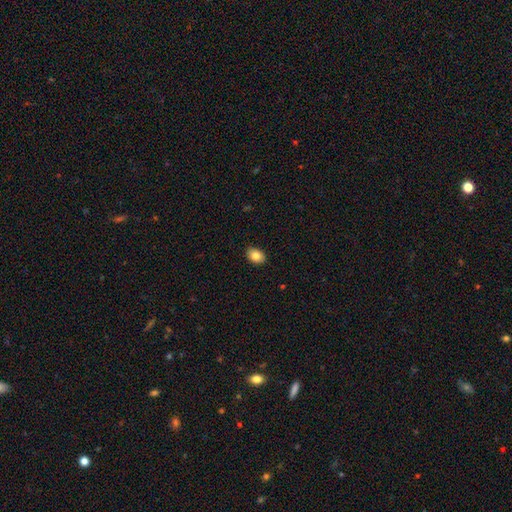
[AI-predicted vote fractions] smooth 84%, star or artifact 8%, featured or disk 8%. Down the decision tree: how rounded — in between (73%); merging — none (89%).